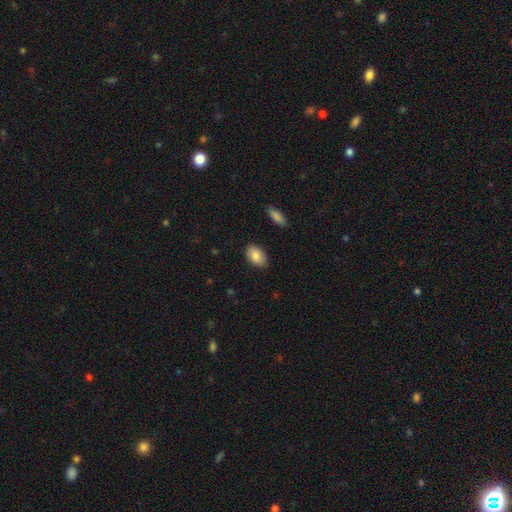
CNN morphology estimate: smooth 85%, featured or disk 9%, star or artifact 6%. Down the decision tree: how rounded — in between (92%); merging — none (86%).